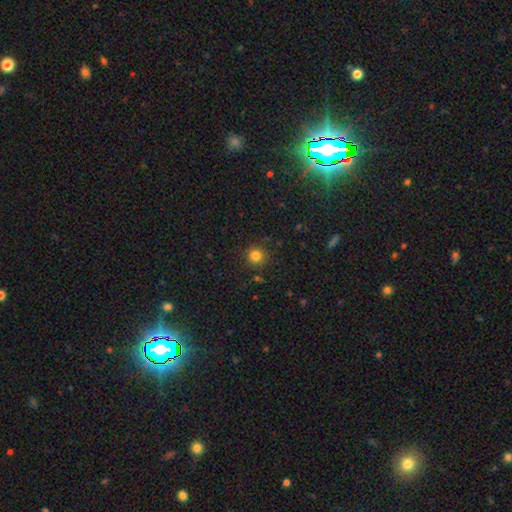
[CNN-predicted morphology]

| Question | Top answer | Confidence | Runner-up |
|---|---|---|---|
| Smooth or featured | smooth | 82% | star or artifact (13%) |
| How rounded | round | 93% | in between (7%) |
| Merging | none | 87% | minor disturbance (9%) |